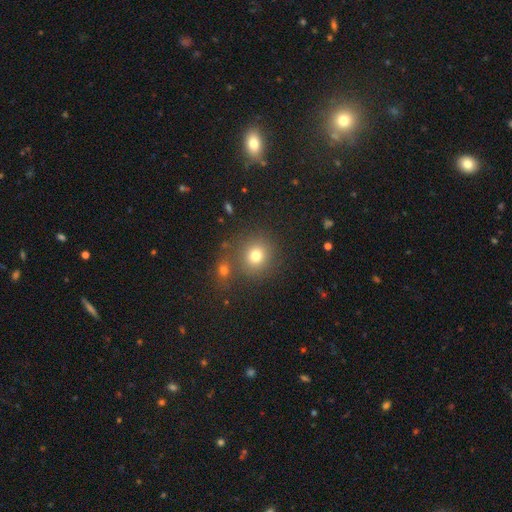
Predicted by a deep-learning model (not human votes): Smooth or featured: smooth — 76% (star or artifact — 15%)
How rounded: round — 87% (in between — 12%)
Merging: none — 74% (merger — 13%)